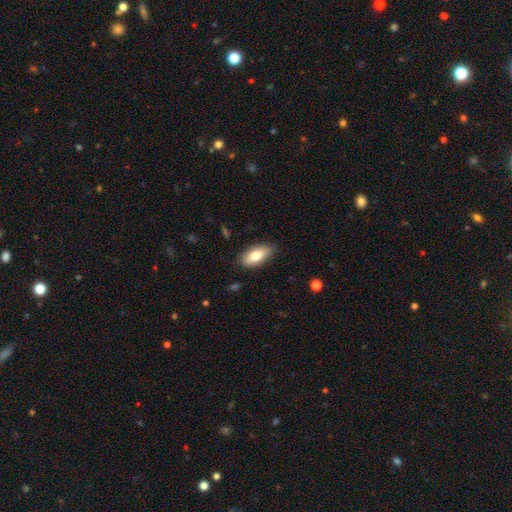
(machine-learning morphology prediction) A smooth galaxy with no disk features (75%) that is in between round and cigar-shaped (88%).

Vote fractions:
- Smooth or featured? smooth: 75% / featured or disk: 18% / star or artifact: 7%
- How rounded? in between: 88% / cigar-shaped: 9% / round: 3%
- Merging? none: 83% / minor disturbance: 13% / major disturbance: 3% / merger: 1%